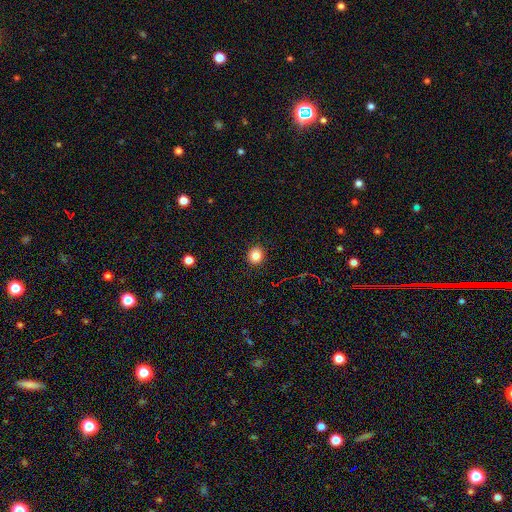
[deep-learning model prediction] A smooth galaxy with no disk features (84%) that is round (87%). Merging: none (92%).